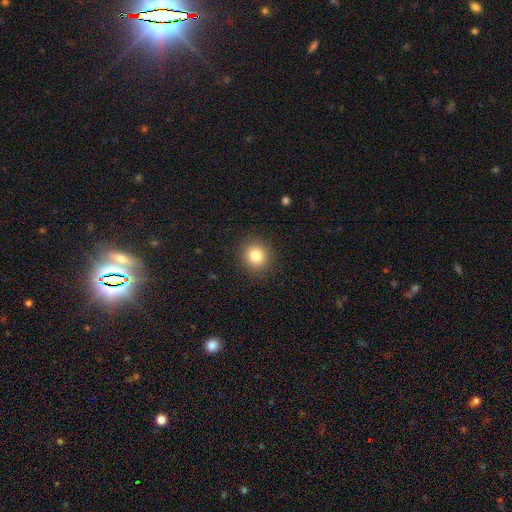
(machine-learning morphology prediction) A smooth galaxy with no disk features (82%) that is round (87%).

Vote fractions:
- Smooth or featured? smooth: 82% / star or artifact: 11% / featured or disk: 7%
- How rounded? round: 87% / in between: 12% / cigar-shaped: 1%
- Merging? none: 90% / minor disturbance: 6% / major disturbance: 2% / merger: 1%